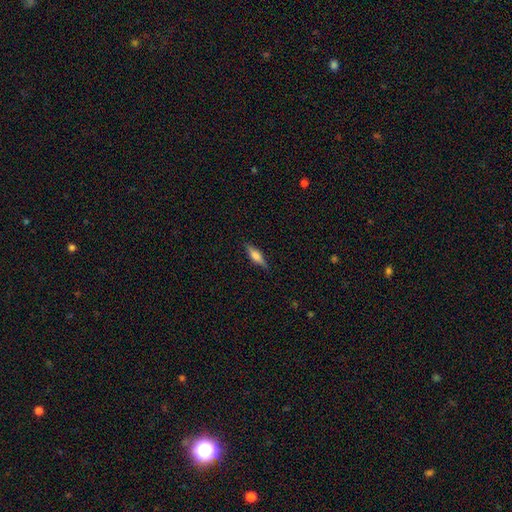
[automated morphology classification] Smooth or featured? smooth (48%)
Merging? none (86%)